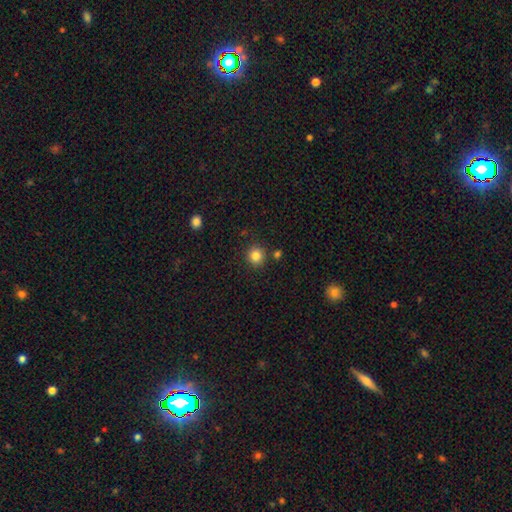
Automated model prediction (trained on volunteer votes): smooth_or_featured: smooth (p=0.84) [alt: star or artifact p=0.11]
how_rounded: round (p=0.91) [alt: in between p=0.08]
merging: none (p=0.86) [alt: minor disturbance p=0.07]